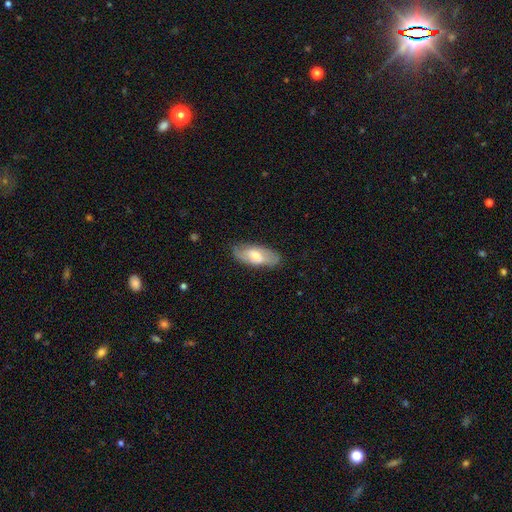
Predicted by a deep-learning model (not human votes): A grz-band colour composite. It shows a featured or disk galaxy (48%). Merging: none (81%).